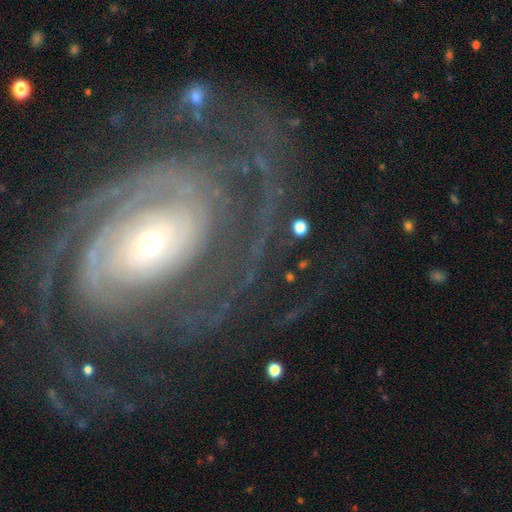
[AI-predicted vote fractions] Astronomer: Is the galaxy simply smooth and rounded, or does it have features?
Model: featured or disk — 88%.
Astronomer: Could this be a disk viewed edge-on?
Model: no — 96%.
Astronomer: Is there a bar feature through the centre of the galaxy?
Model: no — 69%.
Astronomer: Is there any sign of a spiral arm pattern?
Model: yes — 95%.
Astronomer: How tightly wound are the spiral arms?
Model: tight — 67%.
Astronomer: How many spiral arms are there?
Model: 2 — 30% (runner-up: can't tell, 26%).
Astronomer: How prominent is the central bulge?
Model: small — 55% (runner-up: moderate, 37%).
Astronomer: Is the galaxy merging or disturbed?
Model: none — 62%.